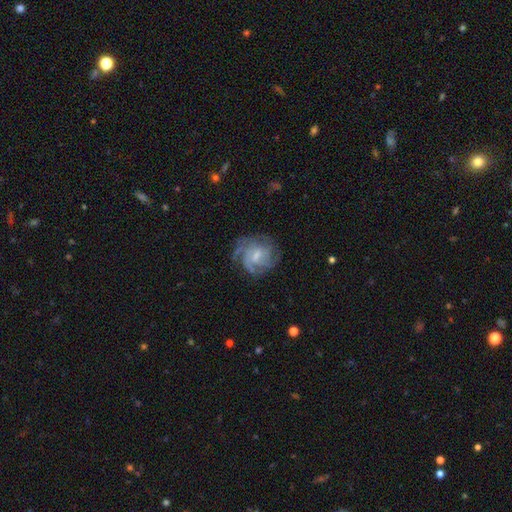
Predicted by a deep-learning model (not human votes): This appears to be a featured or disk galaxy (79%) with a weak bar (53%), tight (48%) spiral arms (93%) and a small central bulge (45%). Merging: none (67%).